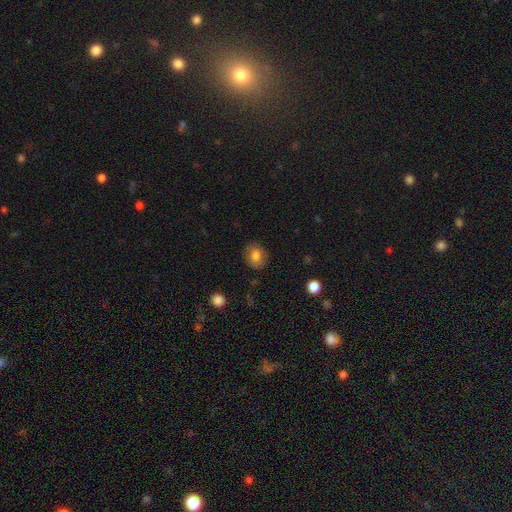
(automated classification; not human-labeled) This appears to be a smooth galaxy with no disk features (79%) that is round (58%). Merging: none (82%).